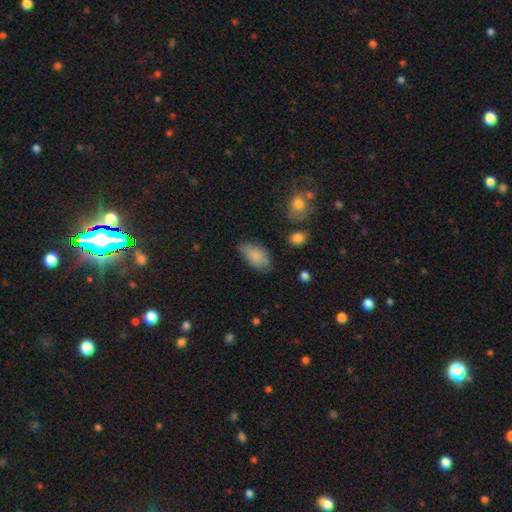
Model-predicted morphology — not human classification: smooth_or_featured: smooth (p=0.83) [alt: featured or disk p=0.10]
how_rounded: in between (p=0.93) [alt: round p=0.04]
merging: none (p=0.60) [alt: minor disturbance p=0.31]